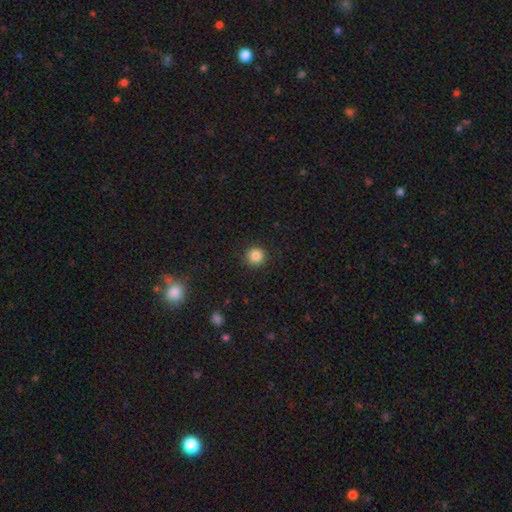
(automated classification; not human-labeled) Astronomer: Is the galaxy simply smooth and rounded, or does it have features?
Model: smooth — 85%.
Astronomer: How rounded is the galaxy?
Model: round — 95%.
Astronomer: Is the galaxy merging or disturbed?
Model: none — 92%.